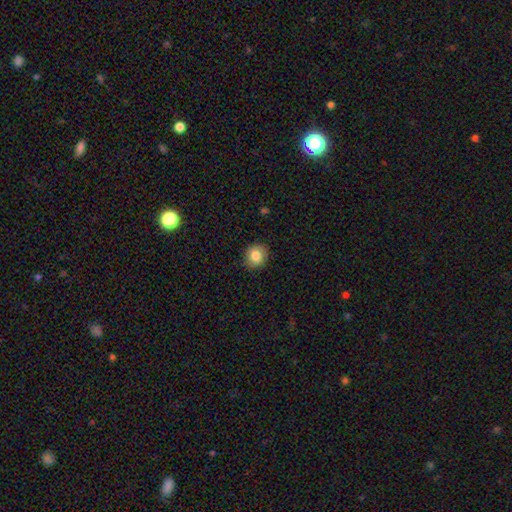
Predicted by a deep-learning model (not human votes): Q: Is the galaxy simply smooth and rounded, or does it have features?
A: smooth — 82%.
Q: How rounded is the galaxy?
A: round — 82%.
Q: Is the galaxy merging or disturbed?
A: none — 86%.